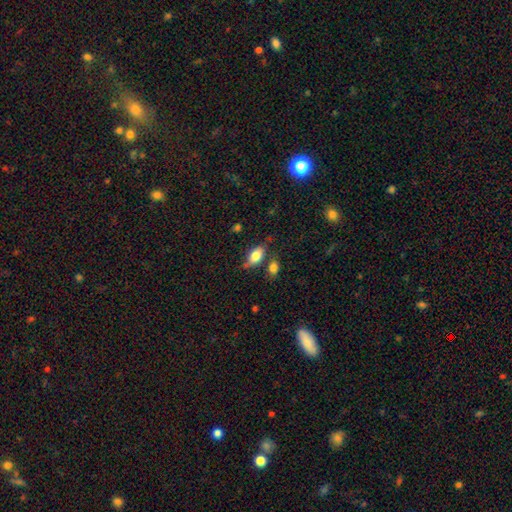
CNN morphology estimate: Smooth or featured? smooth (79%)
How rounded? in between (89%)
Merging? none (64%)